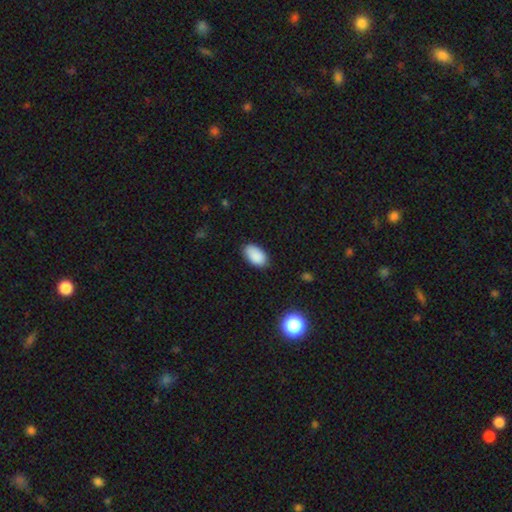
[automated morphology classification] This is clearly a smooth galaxy (88%). How rounded: clearly in between (94%). Merging: clearly none (82%).